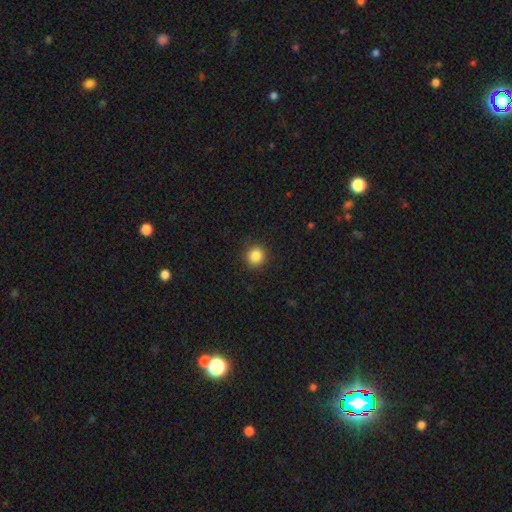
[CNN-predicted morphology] smooth 86%, star or artifact 10%, featured or disk 4%. Down the decision tree: how rounded — round (94%); merging — none (91%).